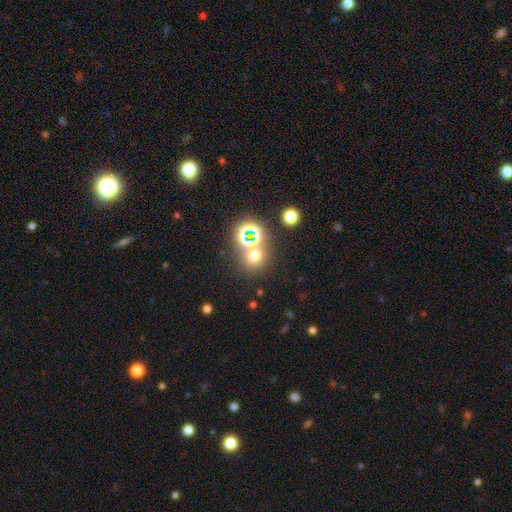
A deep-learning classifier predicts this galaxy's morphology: smooth 51%, star or artifact 39%, featured or disk 9%. Down the decision tree: how rounded — round (86%); merging — none (70%).